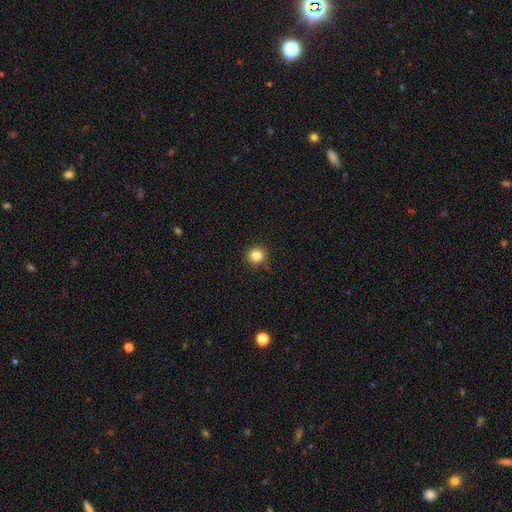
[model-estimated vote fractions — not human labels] smooth_or_featured: smooth (p=0.84) [alt: star or artifact p=0.11]
how_rounded: round (p=0.90) [alt: in between p=0.09]
merging: none (p=0.89) [alt: minor disturbance p=0.07]